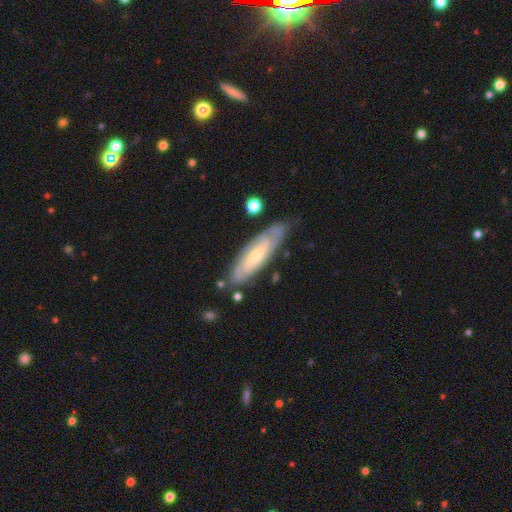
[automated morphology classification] Smooth or featured: featured or disk — 58% (smooth — 37%)
Edge-on disk: no — 70% (yes — 30%)
Merging: none — 73% (minor disturbance — 19%)